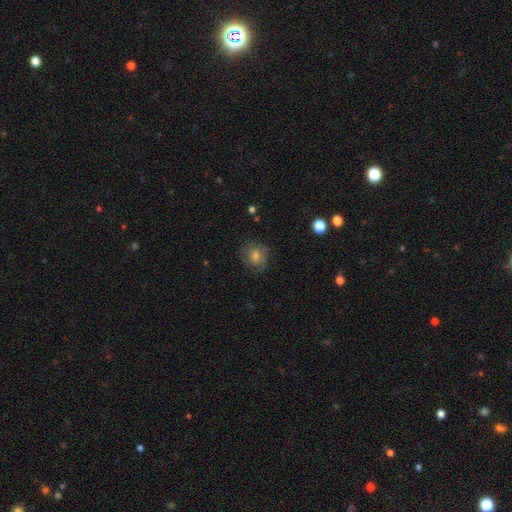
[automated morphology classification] A smooth galaxy with no disk features (51%) that is round (80%). Merging: none (77%).